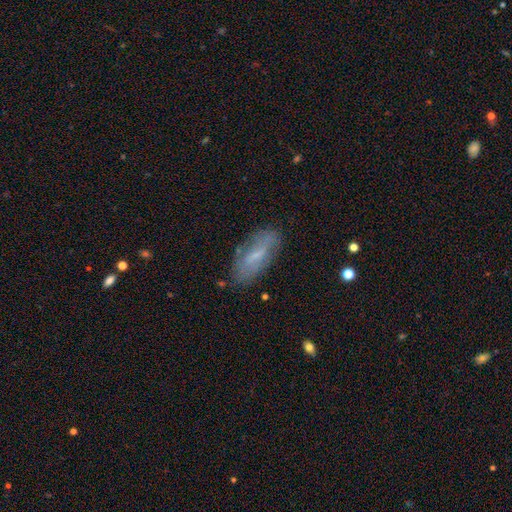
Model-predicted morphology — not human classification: Q: Smooth or featured?
A: smooth (49%); runner-up: featured or disk (43%)
Q: Merging?
A: none (75%); runner-up: minor disturbance (18%)